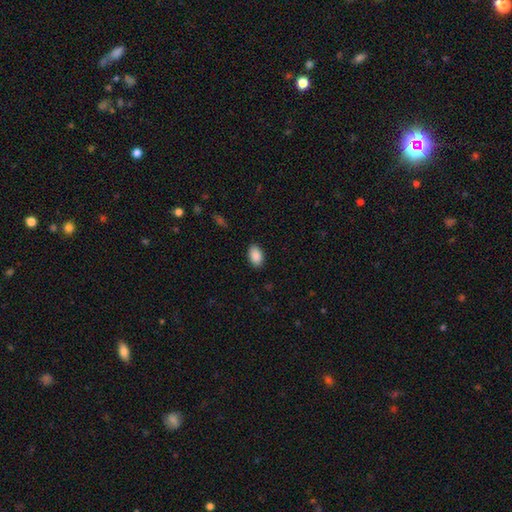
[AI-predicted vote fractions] Smooth or featured? Predicted: smooth (p=0.90). How rounded? Predicted: in between (p=0.93). Merging? Predicted: none (p=0.88).